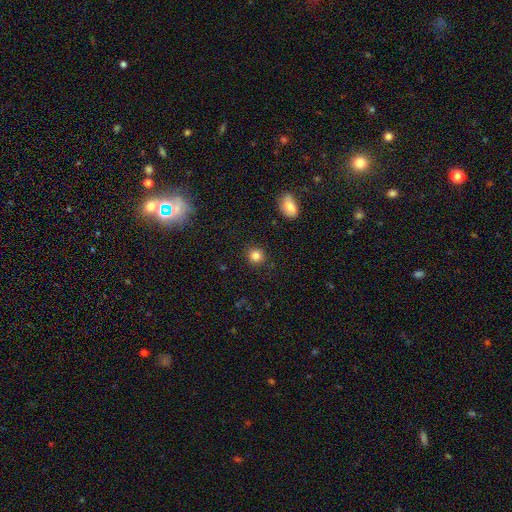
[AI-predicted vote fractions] Overall: smooth (83%). How rounded: round (89%). Merging: none (89%).